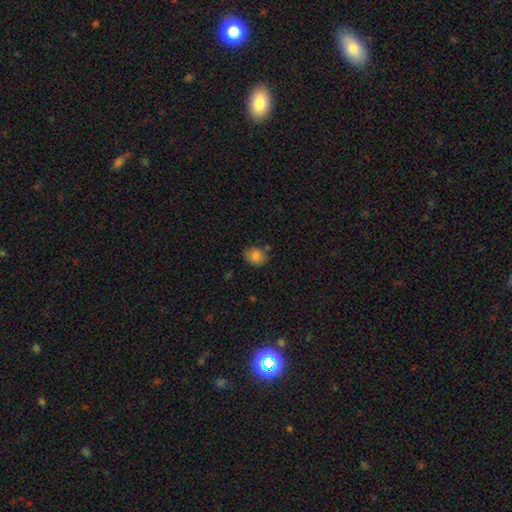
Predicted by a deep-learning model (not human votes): This is clearly a smooth galaxy (82%). How rounded: possibly round (57%). Merging: likely none (71%).